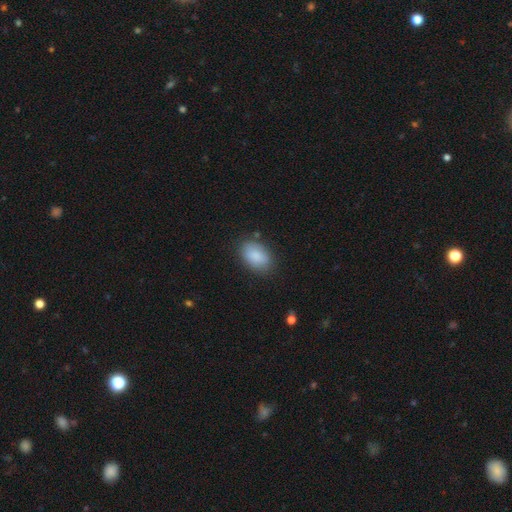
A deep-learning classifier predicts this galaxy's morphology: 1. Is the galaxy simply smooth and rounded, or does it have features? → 87% smooth, 7% star or artifact, 6% featured or disk.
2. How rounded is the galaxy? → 87% in between, 12% round, 1% cigar-shaped.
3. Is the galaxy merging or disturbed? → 80% none, 15% minor disturbance, 4% major disturbance, 2% merger.